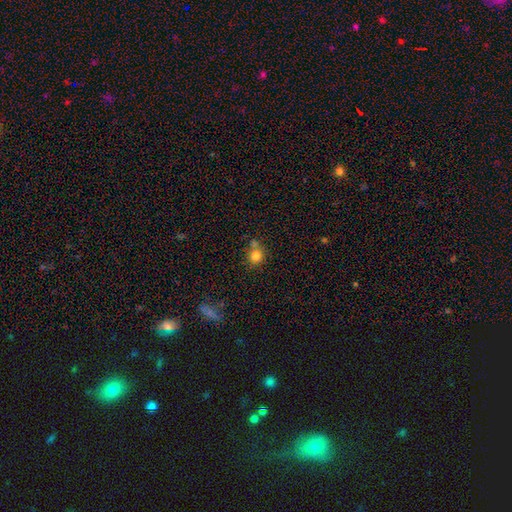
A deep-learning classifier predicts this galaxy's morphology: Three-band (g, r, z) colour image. It shows a smooth galaxy with no disk features (80%) that is round (84%). Merging: none (56%).